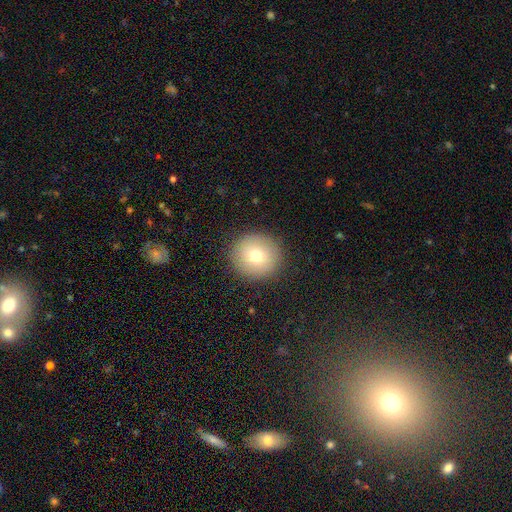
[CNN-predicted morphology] Smooth or featured? Predicted: smooth (p=0.74). How rounded? Predicted: round (p=0.94). Merging? Predicted: none (p=0.91).